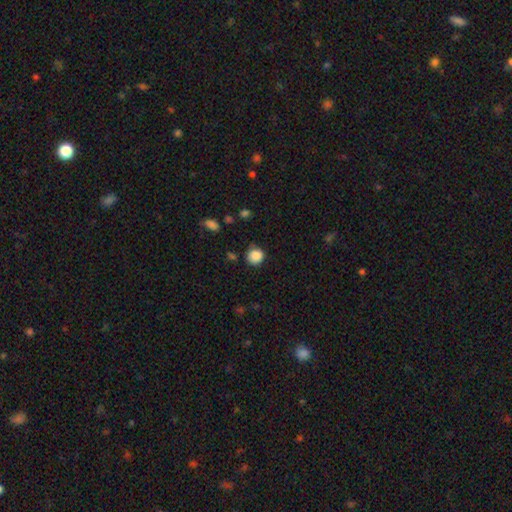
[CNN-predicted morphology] The model was most divided on "merging": none: 78%, minor disturbance: 16%, major disturbance: 4%, merger: 2%. More confident: how rounded — round (88%); smooth or featured — smooth (87%).